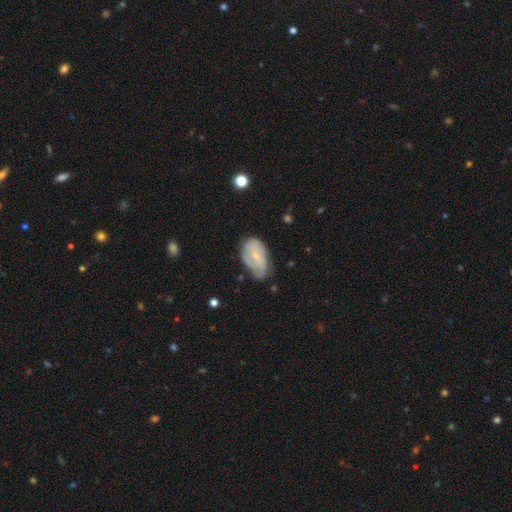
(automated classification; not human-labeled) This is possibly a smooth galaxy (47%). Merging: marginally none (44%).